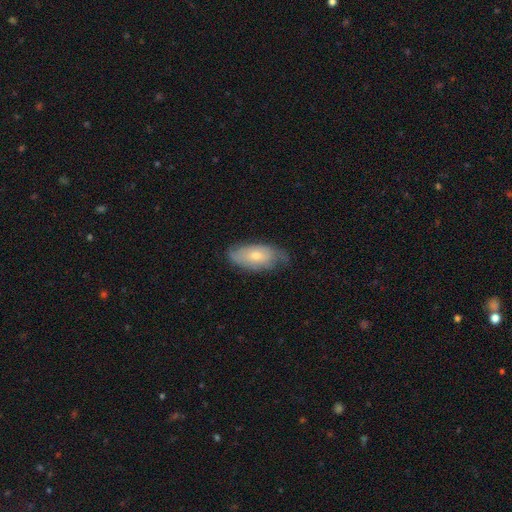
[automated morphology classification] A smooth galaxy with no disk features (52%) that is in between round and cigar-shaped (89%).

Vote fractions:
- Smooth or featured? smooth: 52% / featured or disk: 42% / star or artifact: 6%
- How rounded? in between: 89% / cigar-shaped: 8% / round: 3%
- Merging? none: 63% / minor disturbance: 29% / major disturbance: 7% / merger: 1%